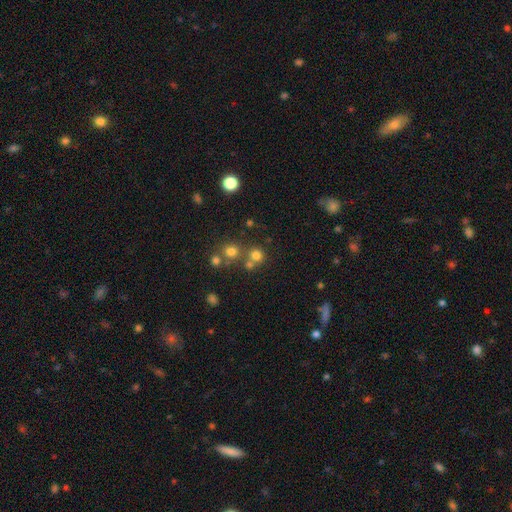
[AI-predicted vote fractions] This is likely a smooth galaxy (71%). How rounded: clearly round (89%). Merging: likely none (62%).